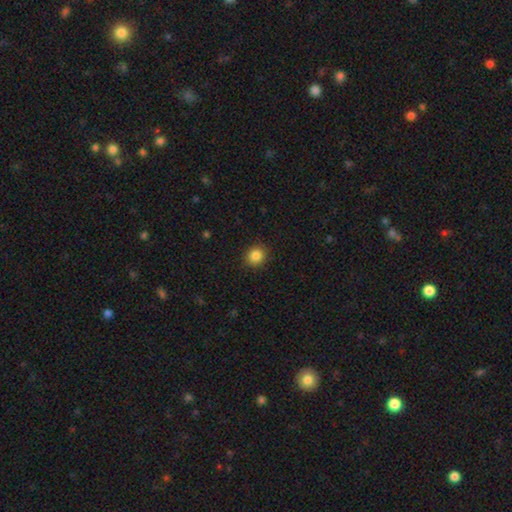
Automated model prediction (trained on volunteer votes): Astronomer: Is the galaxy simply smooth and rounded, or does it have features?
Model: smooth — 85%.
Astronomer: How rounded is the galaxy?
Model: round — 88%.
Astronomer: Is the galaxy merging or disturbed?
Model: none — 90%.